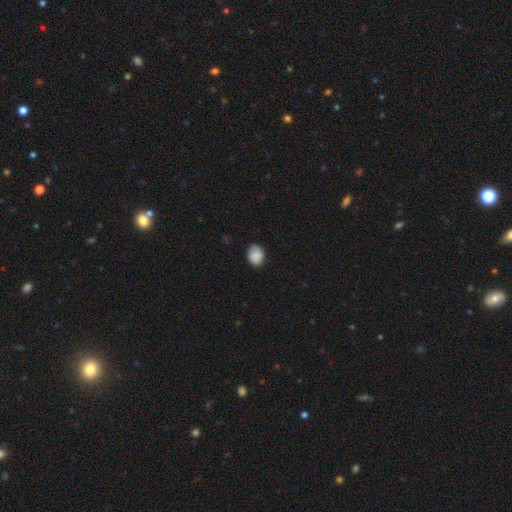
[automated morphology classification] Smooth or featured? Predicted: smooth (p=0.88). How rounded? Predicted: in between (p=0.55). Merging? Predicted: none (p=0.79).